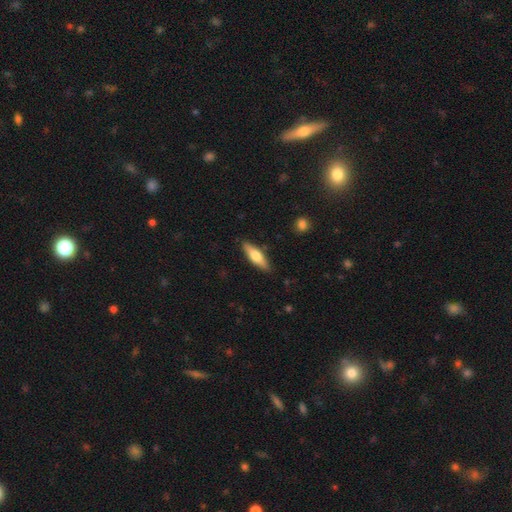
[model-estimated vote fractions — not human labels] smooth 61%, featured or disk 33%, star or artifact 5%. Down the decision tree: how rounded — cigar-shaped (59%); merging — none (86%).